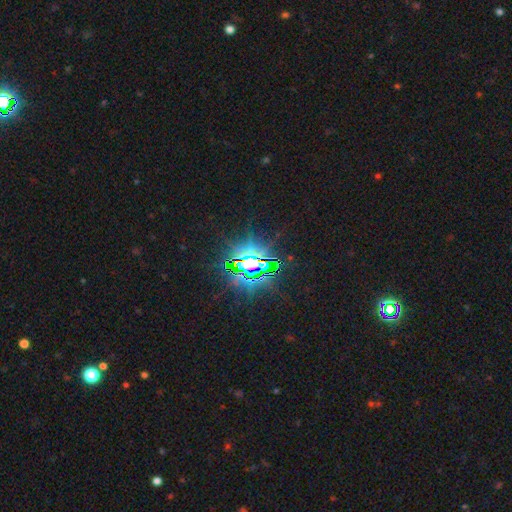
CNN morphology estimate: Smooth or featured: star or artifact — 84% (featured or disk — 8%)